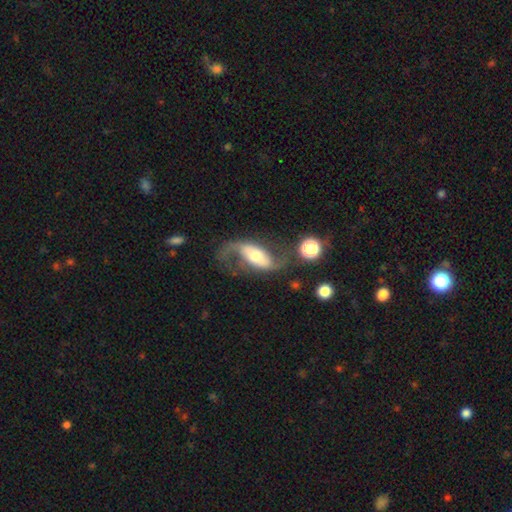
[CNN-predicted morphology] This appears to be a featured or disk galaxy (80%) with no bar (37%), 2 (89%) loose (75%) spiral arms (92%) and a moderate central bulge (58%). Merging: none (55%).